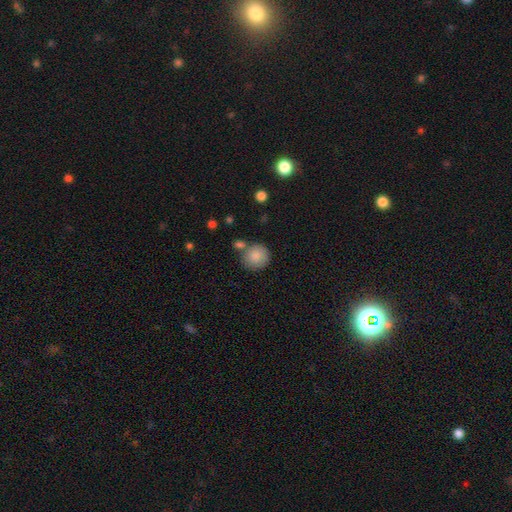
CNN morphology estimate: A smooth galaxy with no disk features (86%) that is round (90%).

Vote fractions:
- Smooth or featured? smooth: 86% / star or artifact: 7% / featured or disk: 7%
- How rounded? round: 90% / in between: 9% / cigar-shaped: 1%
- Merging? none: 68% / merger: 15% / minor disturbance: 13% / major disturbance: 4%